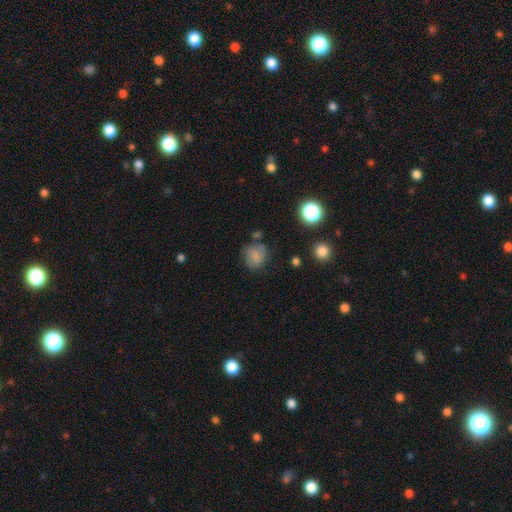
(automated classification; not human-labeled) This appears to be a smooth galaxy with no disk features (74%) that is round (73%). Merging: none (63%).